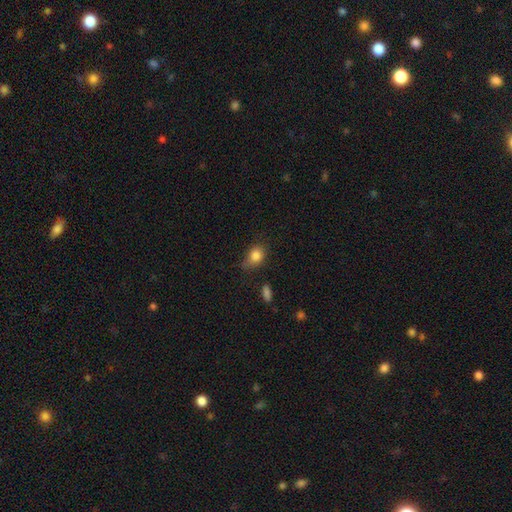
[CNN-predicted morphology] smooth_or_featured: smooth (p=0.84) [alt: star or artifact p=0.09]
how_rounded: in between (p=0.56) [alt: round p=0.42]
merging: none (p=0.53) [alt: minor disturbance p=0.34]